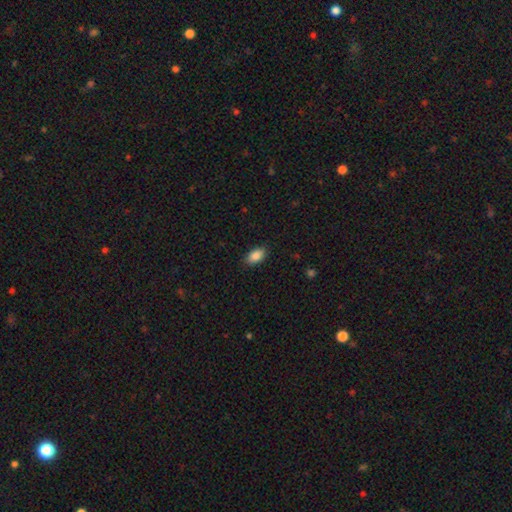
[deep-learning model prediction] A smooth galaxy with no disk features (88%) that is in between round and cigar-shaped (92%).

Vote fractions:
- Smooth or featured? smooth: 88% / star or artifact: 7% / featured or disk: 4%
- How rounded? in between: 92% / round: 5% / cigar-shaped: 2%
- Merging? none: 87% / minor disturbance: 9% / major disturbance: 2% / merger: 1%